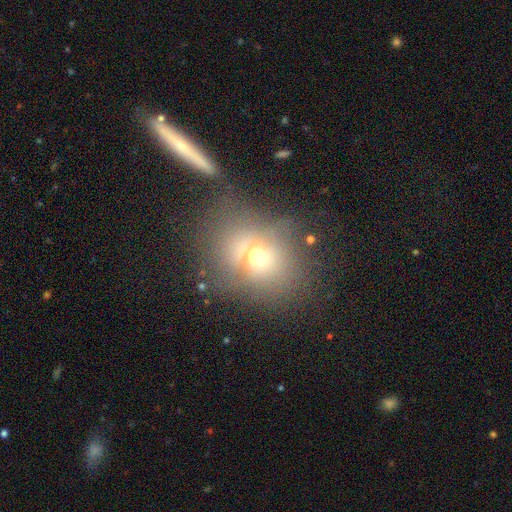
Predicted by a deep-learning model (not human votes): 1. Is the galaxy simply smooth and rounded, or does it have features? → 59% smooth, 22% featured or disk, 19% star or artifact.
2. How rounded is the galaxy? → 68% round, 31% in between, 2% cigar-shaped.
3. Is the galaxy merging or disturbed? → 52% none, 18% minor disturbance, 16% major disturbance, 14% merger.